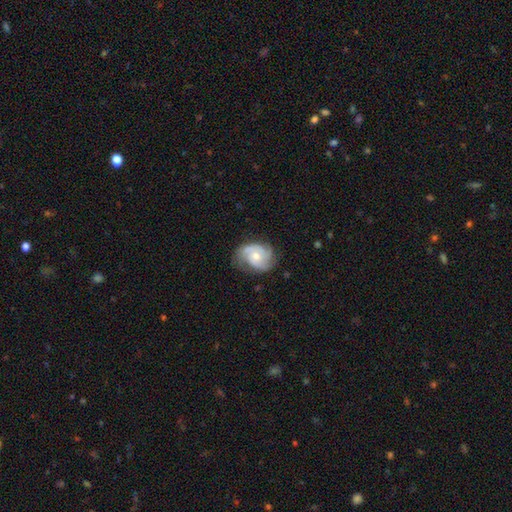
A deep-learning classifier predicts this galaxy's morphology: Smooth or featured?
  - featured or disk: 80% *
  - smooth: 14%
  - star or artifact: 6%
Edge-on disk?
  - no: 98% *
  - yes: 2%
Bar?
  - no: 76% *
  - weak: 21%
  - strong: 3%
Spiral arms?
  - yes: 96% *
  - no: 4%
Spiral winding?
  - tight: 46% *
  - medium: 42%
  - loose: 12%
Spiral arm count?
  - 3: 51% *
  - 2: 21%
  - can't tell: 12%
  - 4: 8%
  - 1: 4%
  - more than 4: 4%
Bulge size?
  - moderate: 55% *
  - small: 41%
  - large: 2%
  - none: 1%
  - dominant: 1%
Merging?
  - none: 68% *
  - minor disturbance: 23%
  - major disturbance: 8%
  - merger: 1%